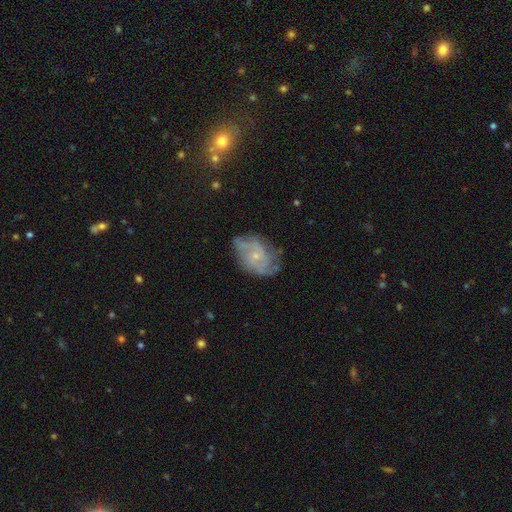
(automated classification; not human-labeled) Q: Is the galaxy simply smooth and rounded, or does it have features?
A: featured or disk — 73%.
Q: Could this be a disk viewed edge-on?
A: no — 97%.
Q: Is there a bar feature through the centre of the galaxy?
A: no — 78%.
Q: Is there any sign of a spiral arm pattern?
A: yes — 85%.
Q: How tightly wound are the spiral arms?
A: tight — 40%, tied with medium.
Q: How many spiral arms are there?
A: can't tell — 36%.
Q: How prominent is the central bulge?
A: small — 78%.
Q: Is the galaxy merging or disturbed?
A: none — 58%.